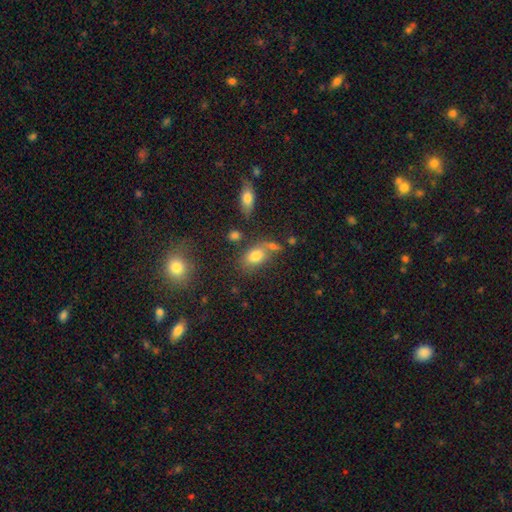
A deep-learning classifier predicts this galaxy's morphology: Overall: smooth (78%). How rounded: in between (84%). Merging: none (57%; merger 19%).